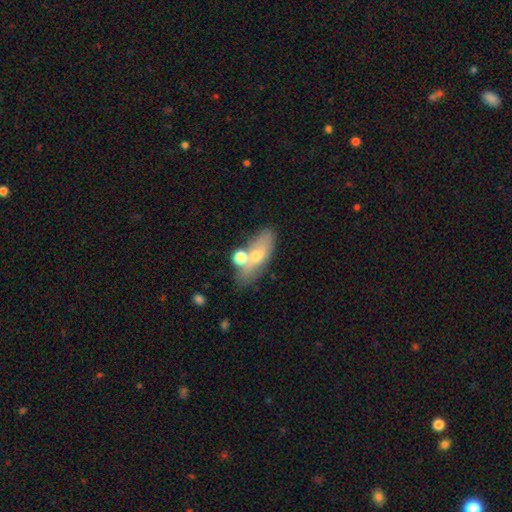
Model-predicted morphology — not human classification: Smooth or featured?
  - smooth: 58% *
  - featured or disk: 32%
  - star or artifact: 10%
How rounded?
  - in between: 74% *
  - cigar-shaped: 18%
  - round: 8%
Merging?
  - none: 58% *
  - merger: 19%
  - minor disturbance: 16%
  - major disturbance: 6%